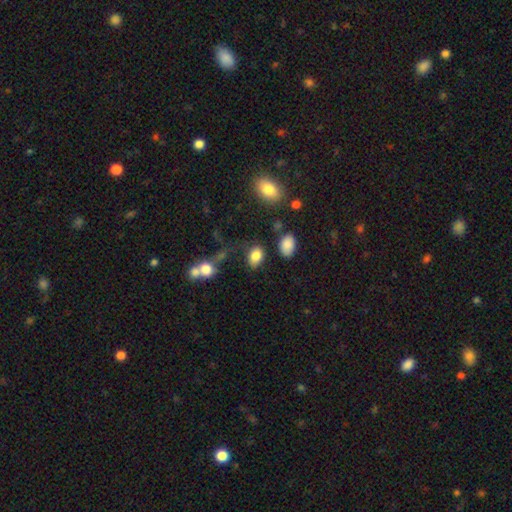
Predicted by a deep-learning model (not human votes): Smooth or featured? Predicted: smooth (p=0.84). How rounded? Predicted: in between (p=0.80). Merging? Predicted: none (p=0.68).